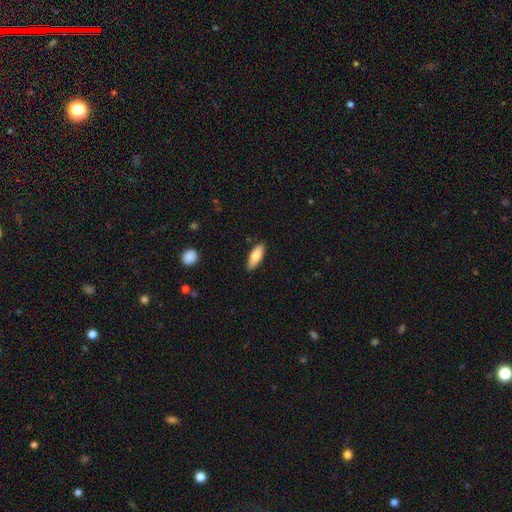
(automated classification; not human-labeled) This is clearly a smooth galaxy (80%). How rounded: likely in between (68%). Merging: clearly none (85%).